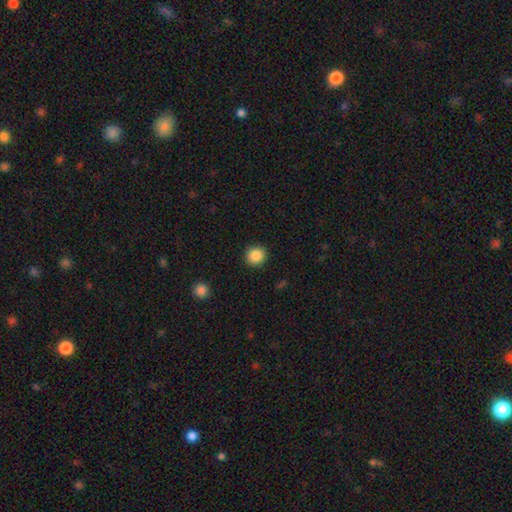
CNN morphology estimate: type=smooth (86%); roundness=round (92%); merging=none (92%).